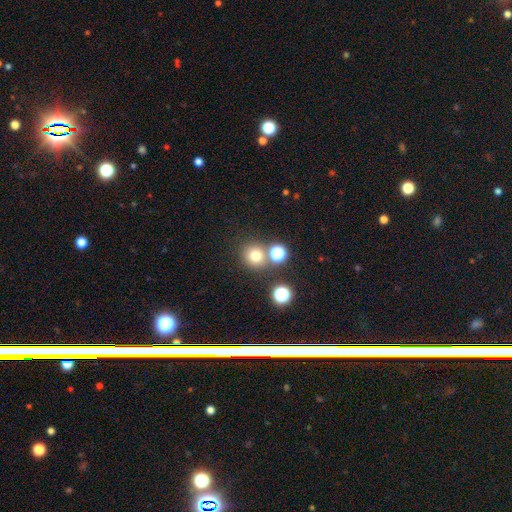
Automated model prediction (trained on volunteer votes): Overall: smooth (72%). How rounded: round (89%). Merging: none (73%).